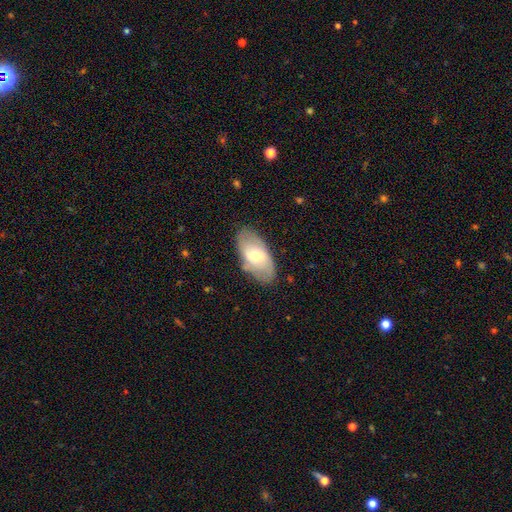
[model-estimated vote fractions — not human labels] Smooth or featured?
  - smooth: 50% *
  - featured or disk: 44%
  - star or artifact: 7%
Merging?
  - none: 76% *
  - minor disturbance: 18%
  - major disturbance: 5%
  - merger: 2%